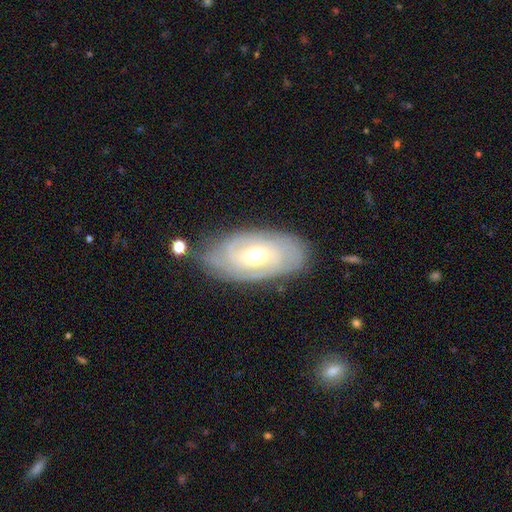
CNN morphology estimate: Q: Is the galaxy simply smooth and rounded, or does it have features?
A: featured or disk — 75%.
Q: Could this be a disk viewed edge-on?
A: no — 93%.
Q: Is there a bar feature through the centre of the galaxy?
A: no — 52%.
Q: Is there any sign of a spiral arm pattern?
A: yes — 89%.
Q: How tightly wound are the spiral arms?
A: tight — 68%.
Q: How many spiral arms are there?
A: can't tell — 42%.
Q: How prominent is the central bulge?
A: moderate — 67%.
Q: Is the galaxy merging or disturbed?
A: none — 72%.